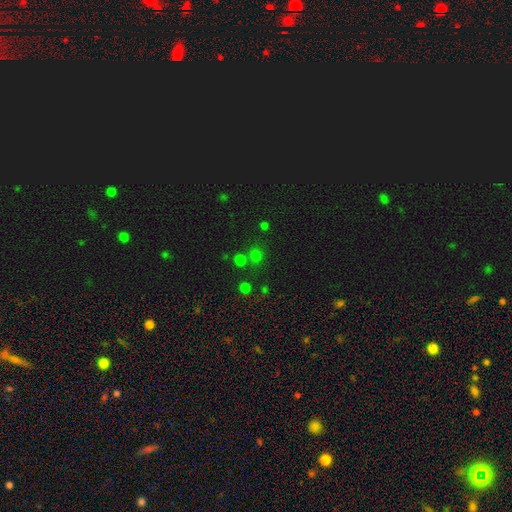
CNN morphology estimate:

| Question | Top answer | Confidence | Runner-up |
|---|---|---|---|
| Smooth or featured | smooth | 62% | star or artifact (32%) |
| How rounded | round | 83% | in between (16%) |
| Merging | none | 72% | merger (15%) |